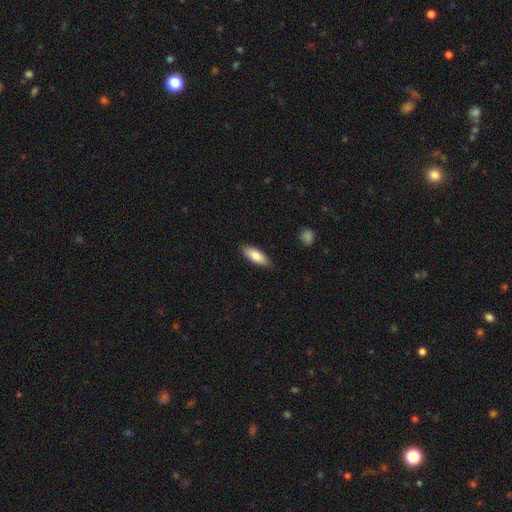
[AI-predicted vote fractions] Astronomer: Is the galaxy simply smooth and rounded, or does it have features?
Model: smooth — 82%.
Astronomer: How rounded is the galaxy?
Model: in between — 71%.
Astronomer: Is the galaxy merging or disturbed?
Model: none — 87%.